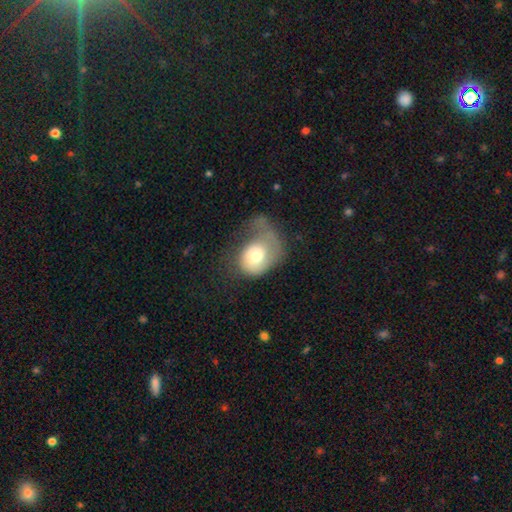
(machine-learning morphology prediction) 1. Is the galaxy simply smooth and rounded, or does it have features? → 61% smooth, 32% featured or disk, 7% star or artifact.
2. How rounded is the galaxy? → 55% in between, 44% round, 1% cigar-shaped.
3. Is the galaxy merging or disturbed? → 55% major disturbance, 21% minor disturbance, 18% none, 5% merger.